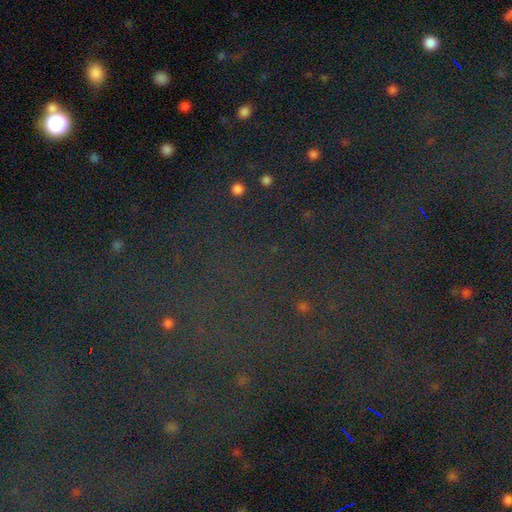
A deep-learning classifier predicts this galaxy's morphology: smooth-or-featured: star or artifact: 80% | smooth: 12% | featured or disk: 9%